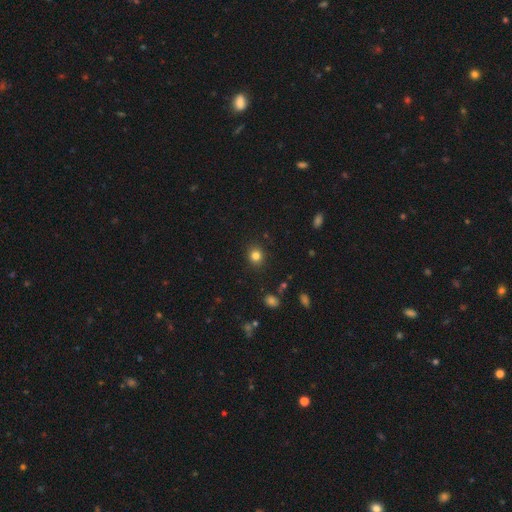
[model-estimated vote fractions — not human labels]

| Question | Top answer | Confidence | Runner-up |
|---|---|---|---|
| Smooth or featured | smooth | 81% | star or artifact (13%) |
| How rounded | round | 84% | in between (15%) |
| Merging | none | 89% | minor disturbance (7%) |